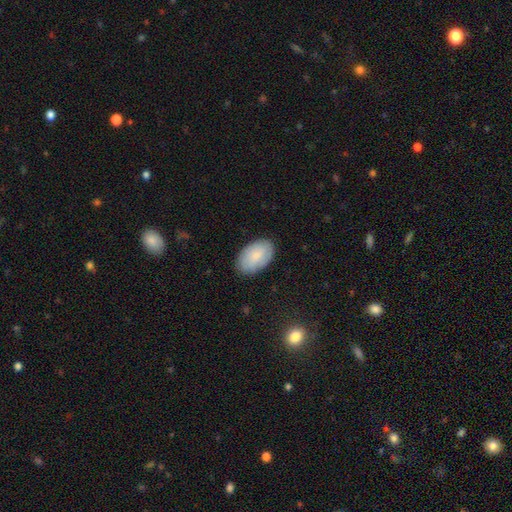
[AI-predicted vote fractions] smooth-or-featured: smooth: 75% | featured or disk: 18% | star or artifact: 7%
  how-rounded: in between: 94% | round: 5% | cigar-shaped: 1%
  merging: none: 84% | minor disturbance: 13% | major disturbance: 3% | merger: 1%